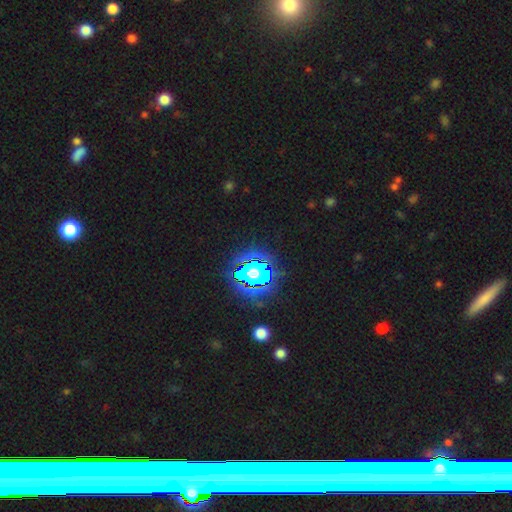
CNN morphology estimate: A star or artifact, not a galaxy (80%).

Vote fractions:
- Smooth or featured? star or artifact: 80% / smooth: 12% / featured or disk: 8%